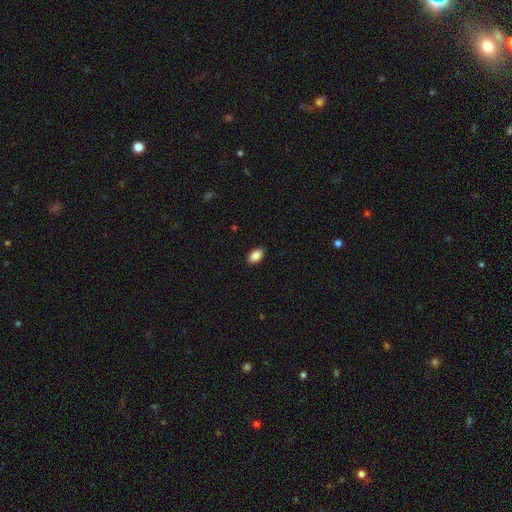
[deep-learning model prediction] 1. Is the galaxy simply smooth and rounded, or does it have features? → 87% smooth, 7% star or artifact, 6% featured or disk.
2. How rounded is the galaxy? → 92% in between, 6% round, 2% cigar-shaped.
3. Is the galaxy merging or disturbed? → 90% none, 8% minor disturbance, 2% major disturbance, 1% merger.